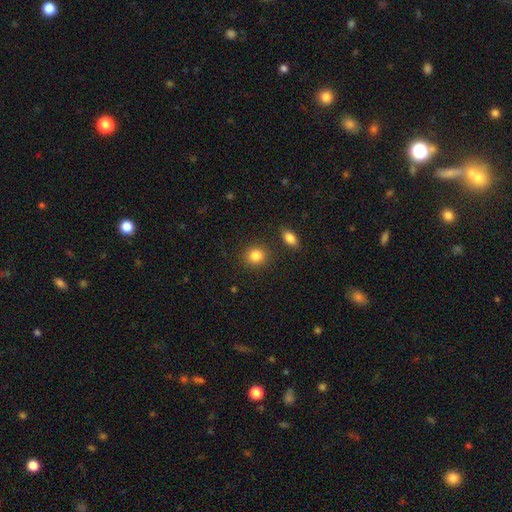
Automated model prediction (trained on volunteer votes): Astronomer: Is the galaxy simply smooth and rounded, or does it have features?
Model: smooth — 86%.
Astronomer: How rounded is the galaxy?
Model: round — 79%.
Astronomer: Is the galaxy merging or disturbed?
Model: none — 85%.